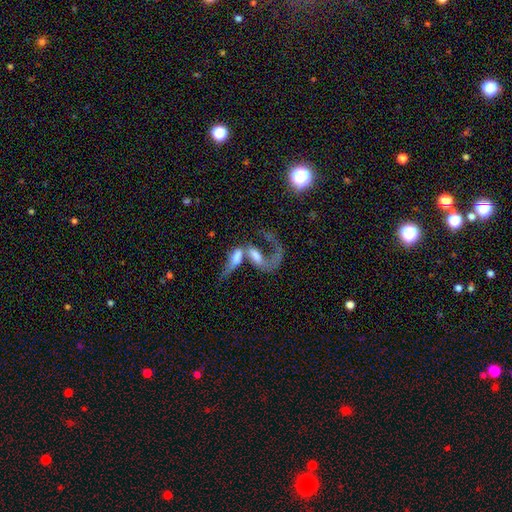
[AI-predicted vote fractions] This appears to be a featured or disk galaxy (57%) with no bar (61%), spiral arms (58%) and a moderate central bulge (32%). Merging: merger (61%).